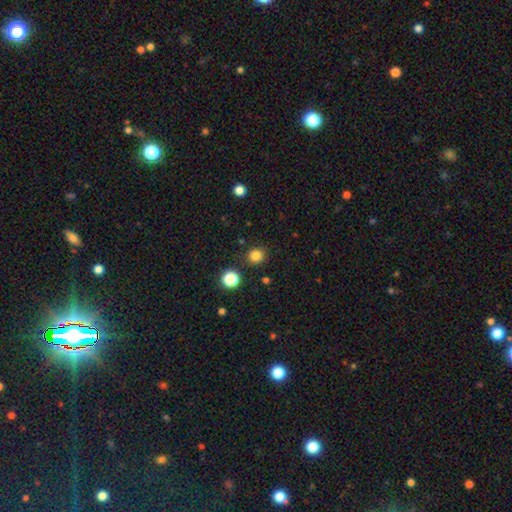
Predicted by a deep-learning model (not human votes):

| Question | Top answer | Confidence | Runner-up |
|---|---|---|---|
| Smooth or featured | smooth | 82% | star or artifact (14%) |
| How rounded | round | 87% | in between (12%) |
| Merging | none | 88% | minor disturbance (7%) |